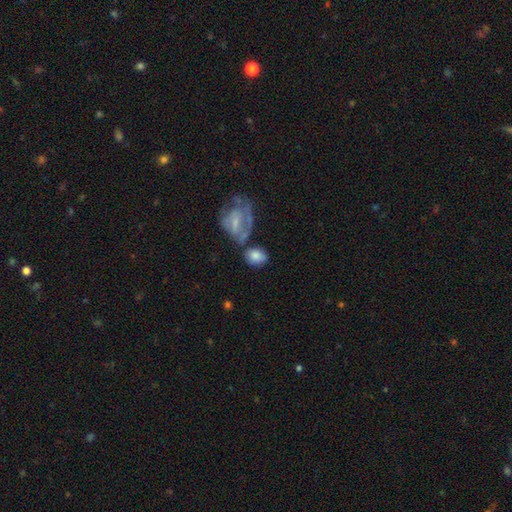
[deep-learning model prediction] A smooth galaxy with no disk features (76%) that is in between round and cigar-shaped (63%).

Vote fractions:
- Smooth or featured? smooth: 76% / featured or disk: 17% / star or artifact: 7%
- How rounded? in between: 63% / round: 36% / cigar-shaped: 2%
- Merging? none: 49% / merger: 21% / minor disturbance: 19% / major disturbance: 11%